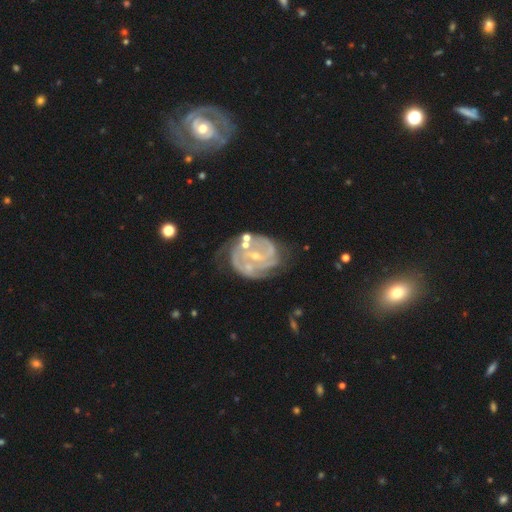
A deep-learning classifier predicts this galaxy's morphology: This appears to be a featured or disk galaxy (86%) with no bar (45%), 2 (29%) tight (57%) spiral arms (93%) and a small central bulge (75%). Merging: none (54%).